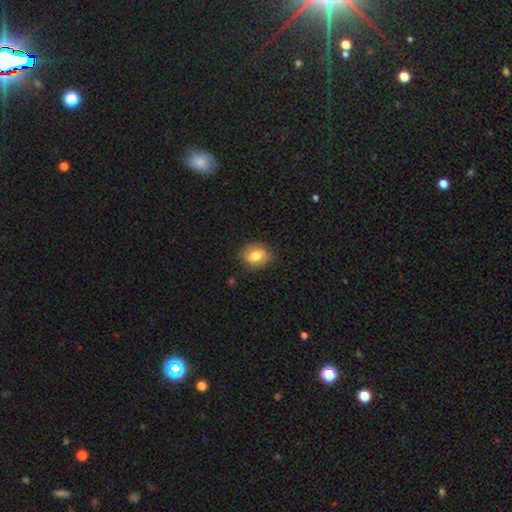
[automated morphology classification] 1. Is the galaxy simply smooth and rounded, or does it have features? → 76% smooth, 15% featured or disk, 9% star or artifact.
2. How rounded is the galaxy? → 56% round, 43% in between, 1% cigar-shaped.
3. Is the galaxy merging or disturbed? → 81% none, 14% minor disturbance, 3% major disturbance, 1% merger.